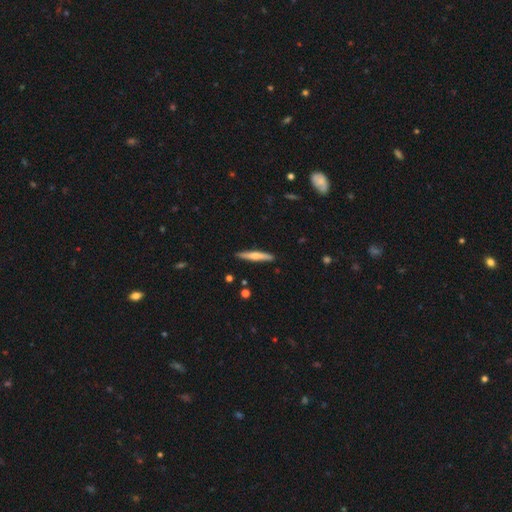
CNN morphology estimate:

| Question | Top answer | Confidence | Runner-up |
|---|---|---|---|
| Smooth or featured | smooth | 55% | featured or disk (40%) |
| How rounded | cigar-shaped | 93% | in between (5%) |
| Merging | none | 90% | minor disturbance (7%) |